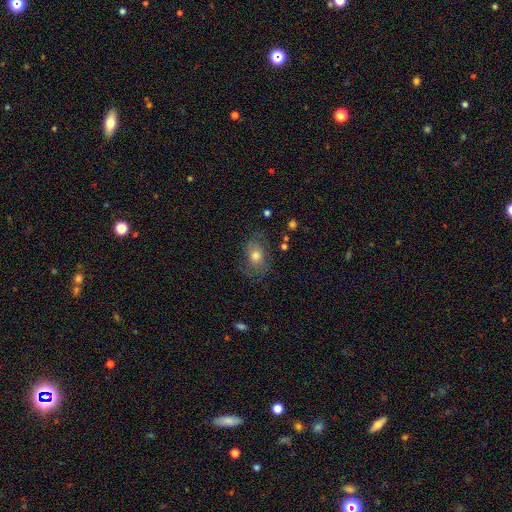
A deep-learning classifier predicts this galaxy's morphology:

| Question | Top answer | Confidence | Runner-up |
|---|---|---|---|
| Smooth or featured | smooth | 63% | featured or disk (25%) |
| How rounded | in between | 70% | round (29%) |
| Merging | none | 66% | minor disturbance (21%) |